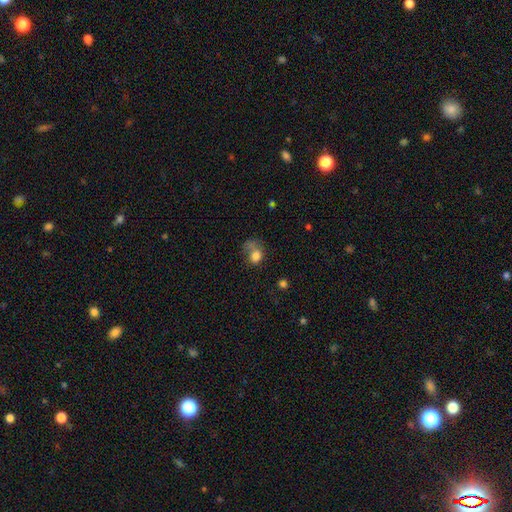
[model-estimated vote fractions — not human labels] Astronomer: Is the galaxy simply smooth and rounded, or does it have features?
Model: smooth — 73%.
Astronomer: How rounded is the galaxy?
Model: round — 54% (runner-up: in between, 44%).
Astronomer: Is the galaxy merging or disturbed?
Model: major disturbance — 38% (runner-up: none, 27%).